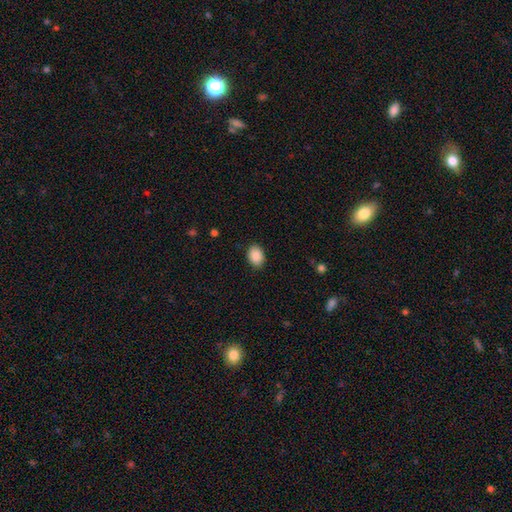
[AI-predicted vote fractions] Smooth or featured: smooth — 90% (star or artifact — 7%)
How rounded: in between — 78% (round — 21%)
Merging: none — 87% (minor disturbance — 9%)